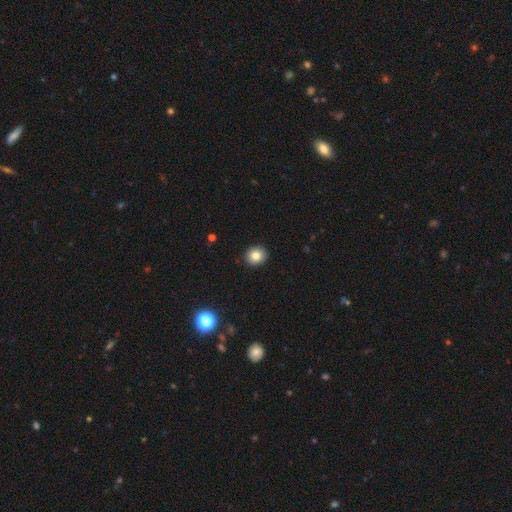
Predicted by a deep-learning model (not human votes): Overall: smooth (82%). How rounded: round (83%). Merging: none (92%).